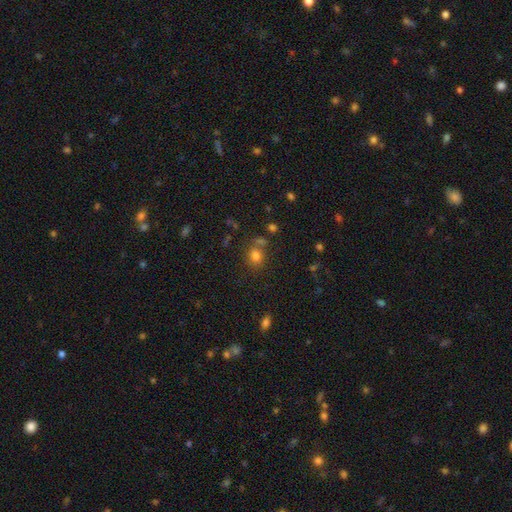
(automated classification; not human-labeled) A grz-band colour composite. It shows a smooth galaxy with no disk features (76%) that is round (55%). Merging: none (63%).